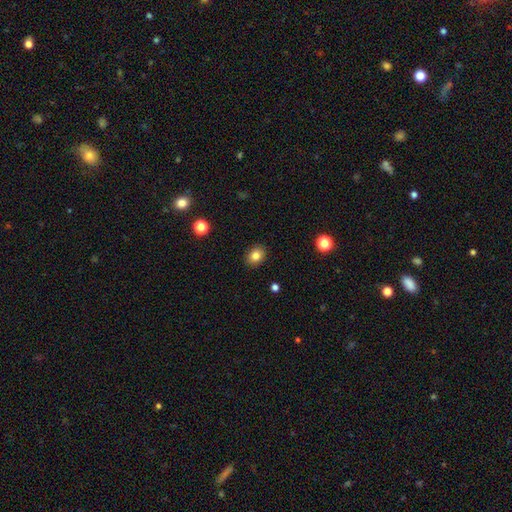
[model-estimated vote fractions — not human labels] smooth-or-featured: smooth: 83% | star or artifact: 10% | featured or disk: 7%
  how-rounded: in between: 55% | round: 44% | cigar-shaped: 1%
  merging: none: 89% | minor disturbance: 8% | major disturbance: 2% | merger: 1%